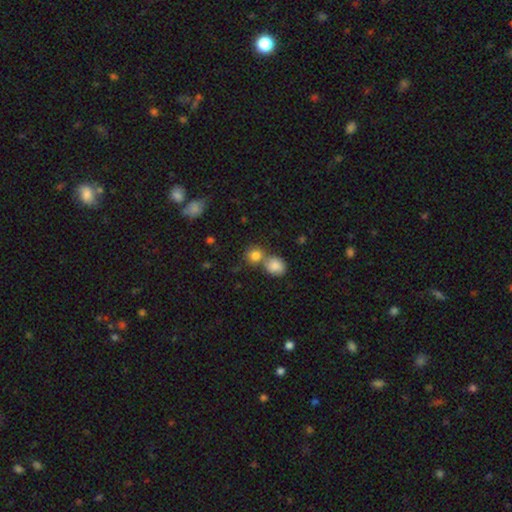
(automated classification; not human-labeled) smooth 83%, star or artifact 10%, featured or disk 7%. Down the decision tree: how rounded — round (78%); merging — none (46%).